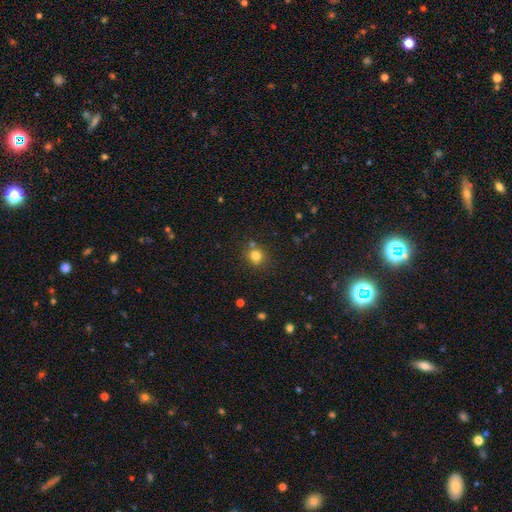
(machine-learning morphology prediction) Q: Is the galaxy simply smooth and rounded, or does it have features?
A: smooth — 79%.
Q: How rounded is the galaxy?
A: round — 83%.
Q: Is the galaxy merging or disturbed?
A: none — 75%.